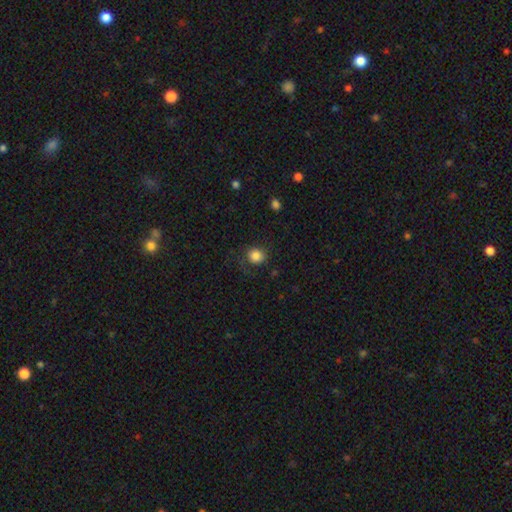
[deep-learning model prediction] The model was most divided on "merging": none: 74%, minor disturbance: 15%, major disturbance: 10%, merger: 1%. More confident: smooth or featured — smooth (84%); how rounded — round (82%).